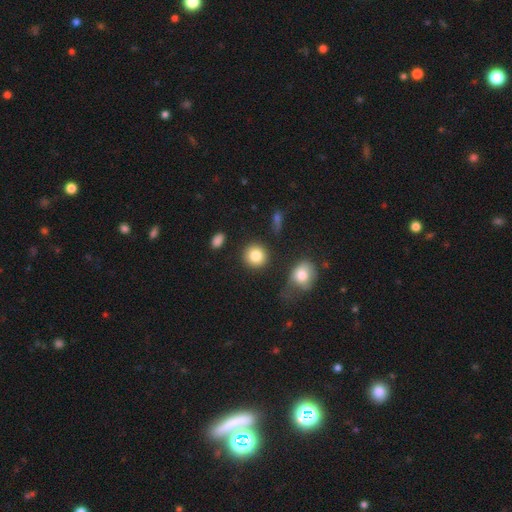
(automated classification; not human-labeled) A smooth galaxy with no disk features (83%) that is round (91%). Merging: none (85%).